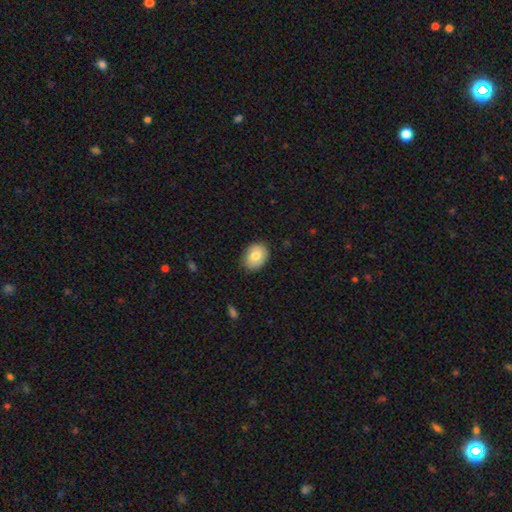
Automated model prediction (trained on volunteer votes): Morphology: type=smooth (79%); roundness=in between (61%); merging=none (84%).